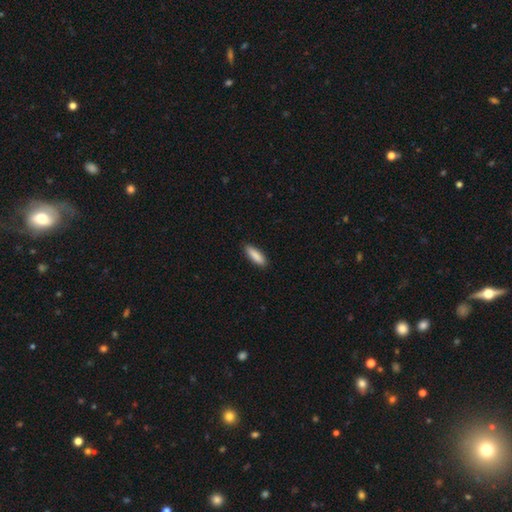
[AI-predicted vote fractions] This is clearly a smooth galaxy (89%). How rounded: possibly cigar-shaped (57%). Merging: clearly none (89%).